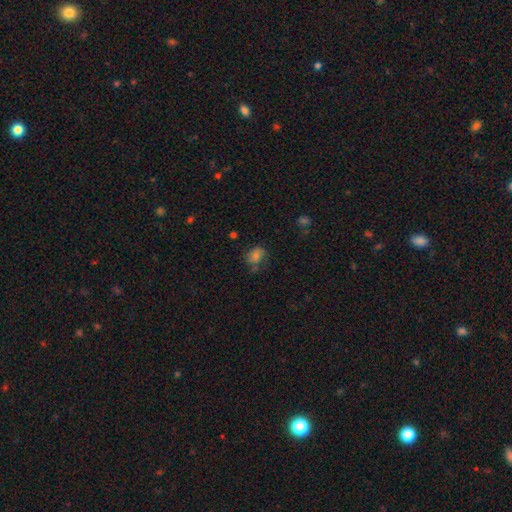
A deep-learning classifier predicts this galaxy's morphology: smooth 68%, featured or disk 18%, star or artifact 14%. Down the decision tree: how rounded — in between (54%); merging — none (57%).